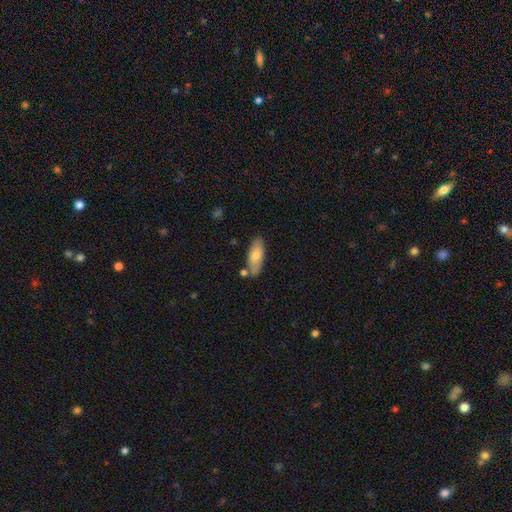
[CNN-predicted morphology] A smooth galaxy with no disk features (74%) that is in between round and cigar-shaped (75%).

Vote fractions:
- Smooth or featured? smooth: 74% / featured or disk: 20% / star or artifact: 6%
- How rounded? in between: 75% / cigar-shaped: 22% / round: 2%
- Merging? none: 70% / minor disturbance: 17% / merger: 10% / major disturbance: 4%